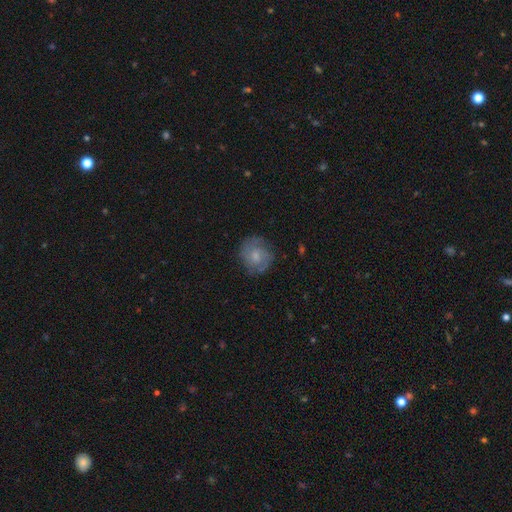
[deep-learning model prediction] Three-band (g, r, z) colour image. It shows a featured or disk galaxy (51%). Merging: none (74%).